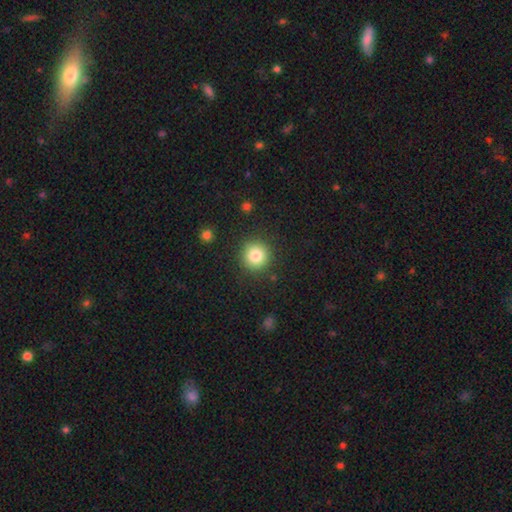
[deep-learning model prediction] Smooth or featured: smooth — 82% (star or artifact — 11%)
How rounded: round — 94% (in between — 5%)
Merging: none — 89% (minor disturbance — 7%)